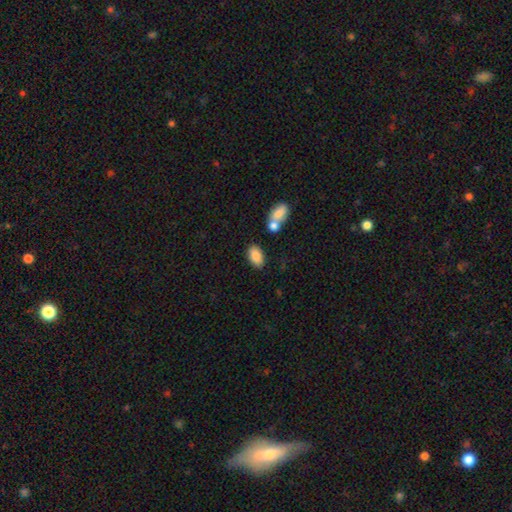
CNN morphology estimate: smooth_or_featured: smooth (p=0.85) [alt: star or artifact p=0.07]
how_rounded: in between (p=0.93) [alt: round p=0.06]
merging: none (p=0.76) [alt: minor disturbance p=0.11]